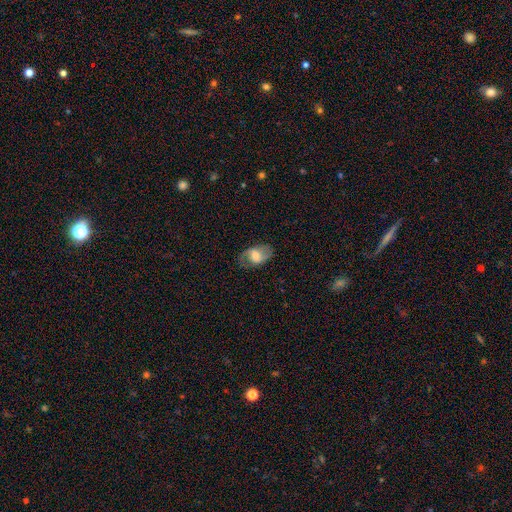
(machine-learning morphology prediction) type=featured or disk (53%); edge-on=no (93%); merging=none (74%).